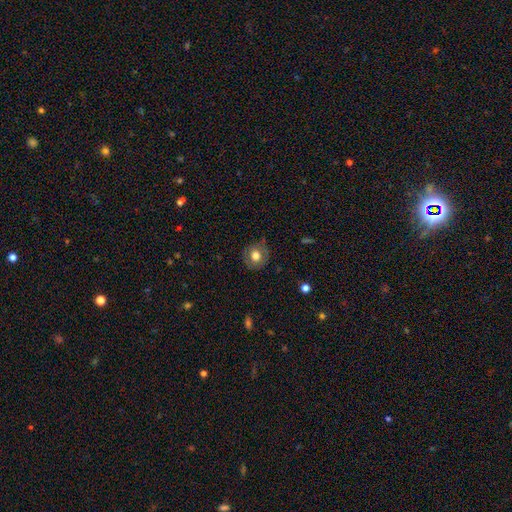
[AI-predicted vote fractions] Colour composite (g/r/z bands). It shows a smooth galaxy with no disk features (68%) that is round (85%). Merging: none (81%).